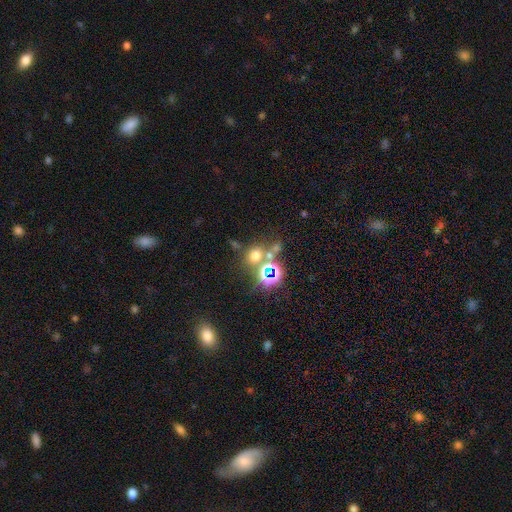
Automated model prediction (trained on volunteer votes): Smooth or featured? smooth (53%)
How rounded? round (72%)
Merging? none (61%)